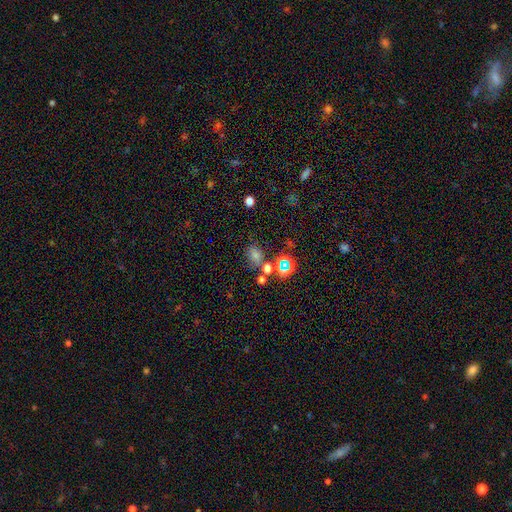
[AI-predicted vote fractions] The model was most divided on "how rounded": in between: 56%, round: 42%, cigar-shaped: 2%. More confident: smooth or featured — smooth (62%); merging — none (62%).